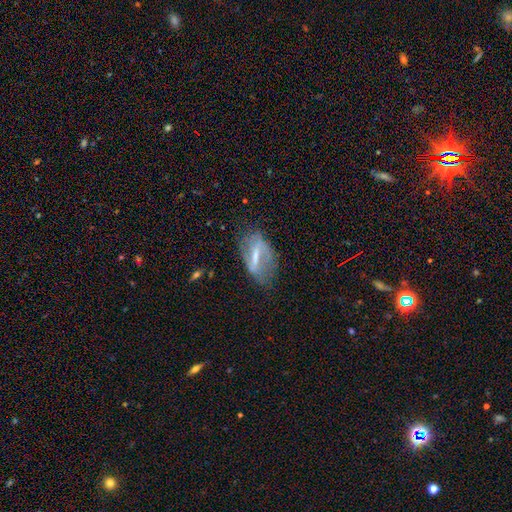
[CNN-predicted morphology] type=featured or disk (65%); edge-on=no (89%); bar=strong (58%); spiral arms=yes (56%); bulge=small (34%, tied with moderate); merging=none (56%).